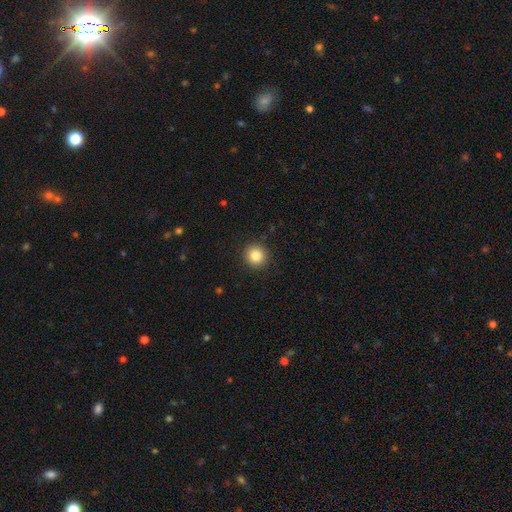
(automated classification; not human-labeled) Smooth or featured? smooth (85%)
How rounded? round (92%)
Merging? none (92%)